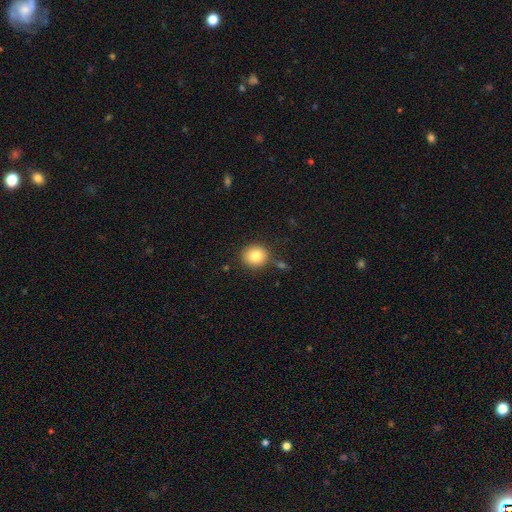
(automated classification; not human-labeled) The model was most divided on "smooth or featured": smooth: 82%, star or artifact: 10%, featured or disk: 8%. More confident: how rounded — round (88%); merging — none (84%).